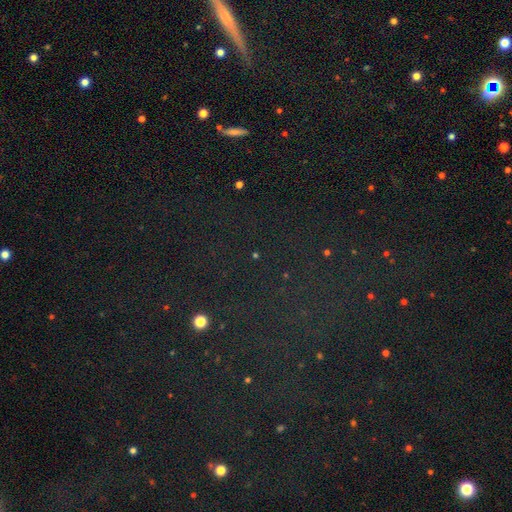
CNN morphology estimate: This appears to be a star or artifact, not a galaxy (73%).